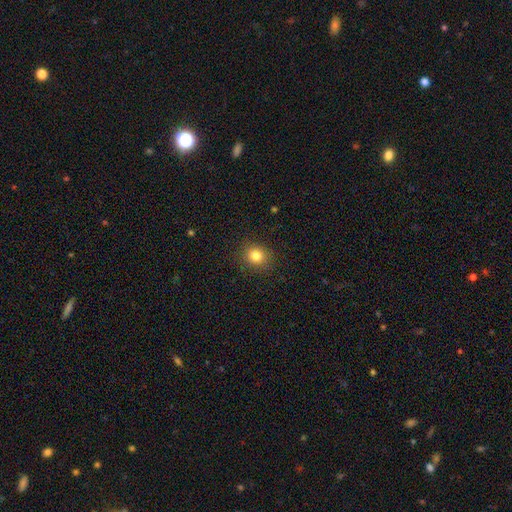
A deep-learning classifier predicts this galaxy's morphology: Smooth or featured? Predicted: smooth (p=0.81). How rounded? Predicted: round (p=0.78). Merging? Predicted: none (p=0.88).